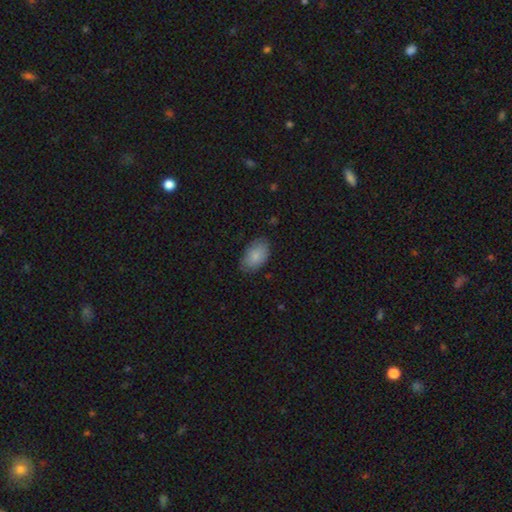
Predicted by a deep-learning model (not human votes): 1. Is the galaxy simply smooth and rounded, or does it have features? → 86% smooth, 8% featured or disk, 6% star or artifact.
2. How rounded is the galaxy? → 93% in between, 6% round, 1% cigar-shaped.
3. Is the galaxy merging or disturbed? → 80% none, 16% minor disturbance, 3% major disturbance, 1% merger.